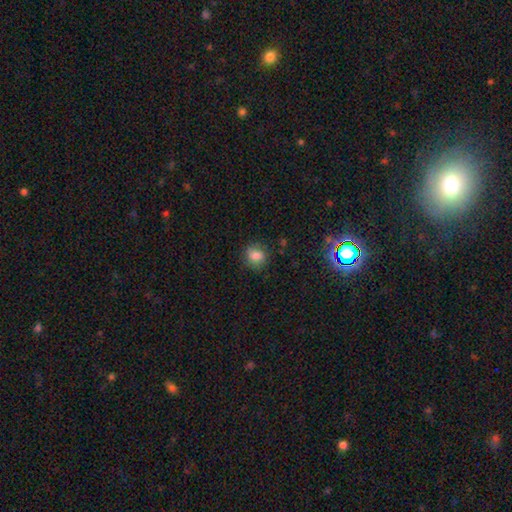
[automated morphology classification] Smooth or featured? Predicted: smooth (p=0.80). How rounded? Predicted: round (p=0.66). Merging? Predicted: none (p=0.78).